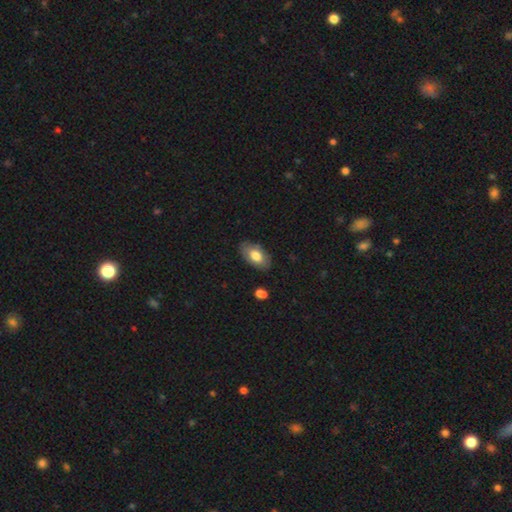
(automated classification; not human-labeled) A smooth galaxy with no disk features (74%) that is in between round and cigar-shaped (93%). Merging: none (82%).